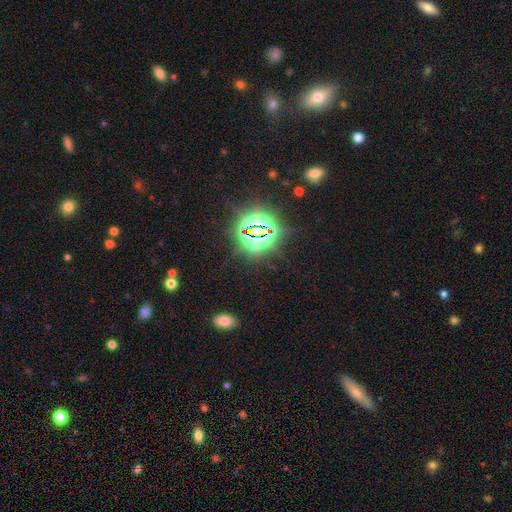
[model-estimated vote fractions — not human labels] This appears to be a star or artifact, not a galaxy (74%).